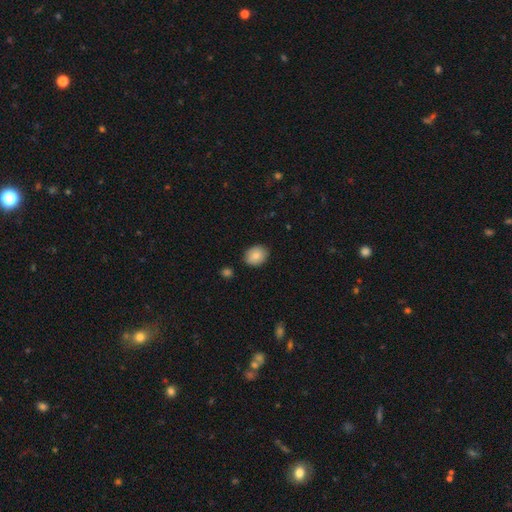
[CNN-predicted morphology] smooth 84%, featured or disk 8%, star or artifact 7%. Down the decision tree: how rounded — in between (61%); merging — none (85%).